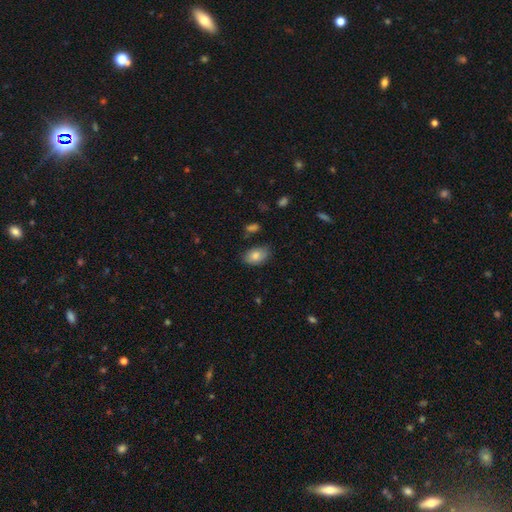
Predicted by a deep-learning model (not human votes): This is clearly a smooth galaxy (82%). How rounded: clearly in between (88%). Merging: likely none (73%).